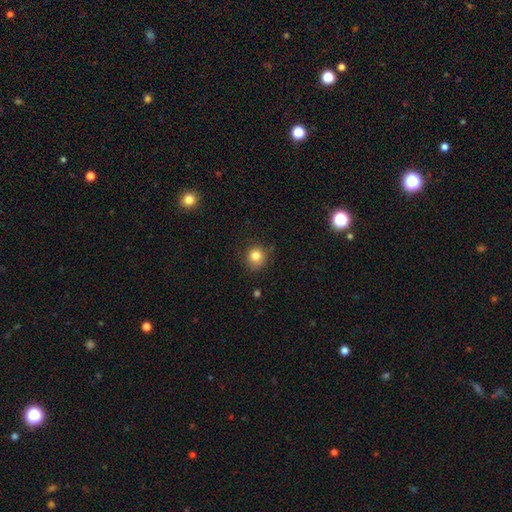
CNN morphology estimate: This appears to be a smooth galaxy with no disk features (82%) that is round (88%). Merging: none (76%).